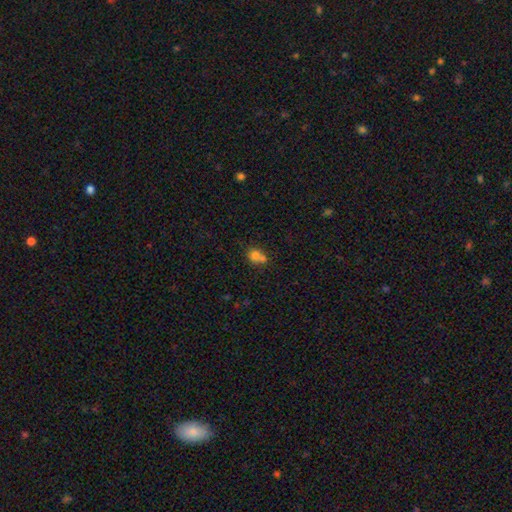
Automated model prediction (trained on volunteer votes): Smooth or featured? smooth (75%)
How rounded? round (74%)
Merging? merger (52%)